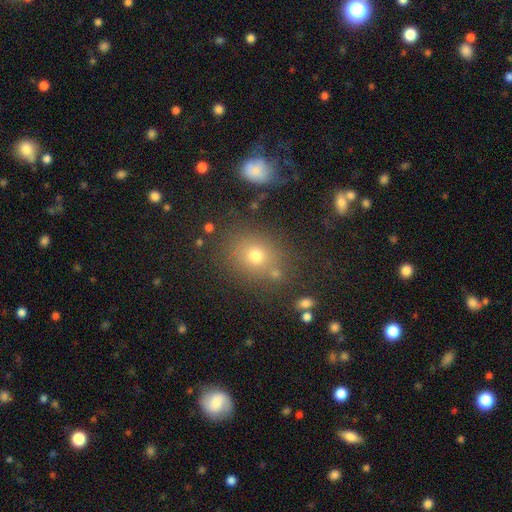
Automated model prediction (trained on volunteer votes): Smooth or featured?
  - smooth: 68% *
  - star or artifact: 22%
  - featured or disk: 11%
How rounded?
  - round: 67% *
  - in between: 32%
  - cigar-shaped: 1%
Merging?
  - none: 77% *
  - minor disturbance: 11%
  - merger: 8%
  - major disturbance: 4%